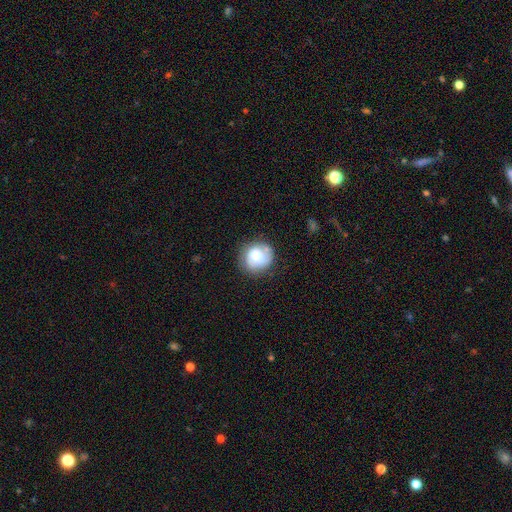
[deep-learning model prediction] This is possibly a smooth galaxy (60%). How rounded: clearly round (87%). Merging: likely none (73%).